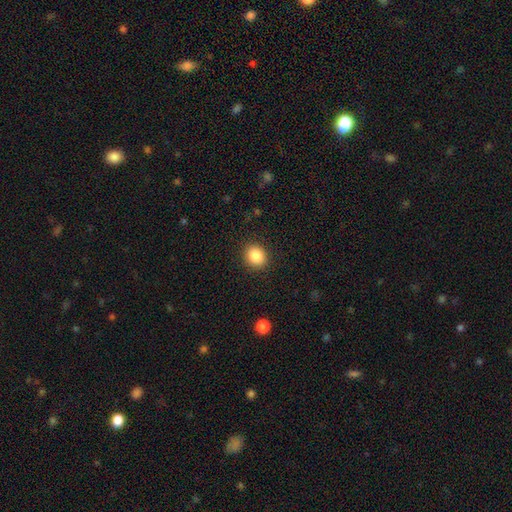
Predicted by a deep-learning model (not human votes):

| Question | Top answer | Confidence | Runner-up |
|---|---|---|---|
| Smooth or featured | smooth | 86% | star or artifact (10%) |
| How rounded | round | 71% | in between (28%) |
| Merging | none | 90% | minor disturbance (6%) |